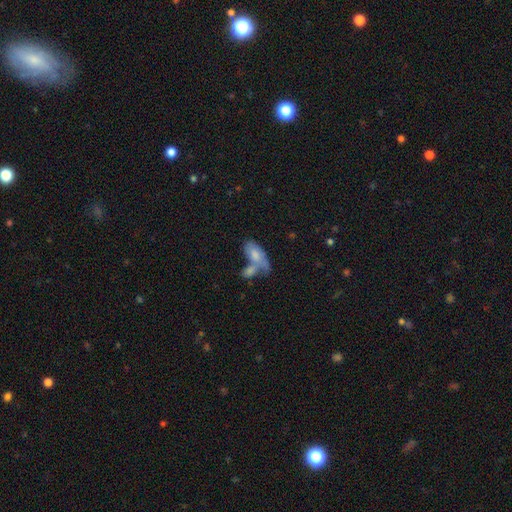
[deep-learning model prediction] Smooth or featured: smooth — 68% (featured or disk — 25%)
How rounded: in between — 91% (cigar-shaped — 6%)
Merging: merger — 54% (none — 22%)